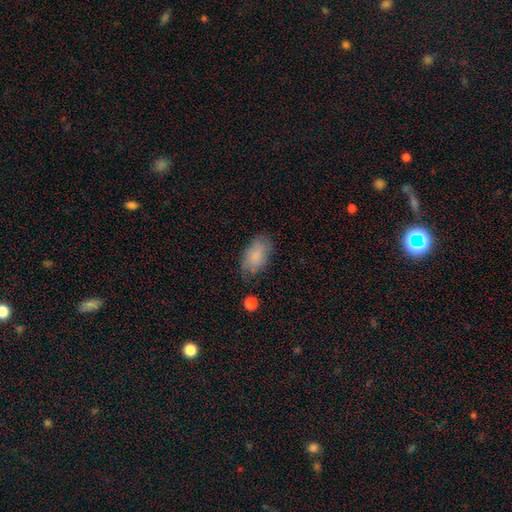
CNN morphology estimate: This appears to be a smooth galaxy with no disk features (84%) that is in between round and cigar-shaped (92%). Merging: none (73%).